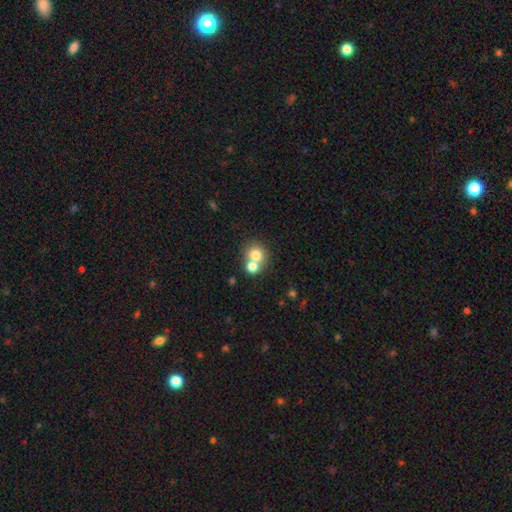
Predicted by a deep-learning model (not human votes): smooth_or_featured: smooth (p=0.74) [alt: featured or disk p=0.15]
how_rounded: round (p=0.81) [alt: in between p=0.18]
merging: merger (p=0.51) [alt: none p=0.40]